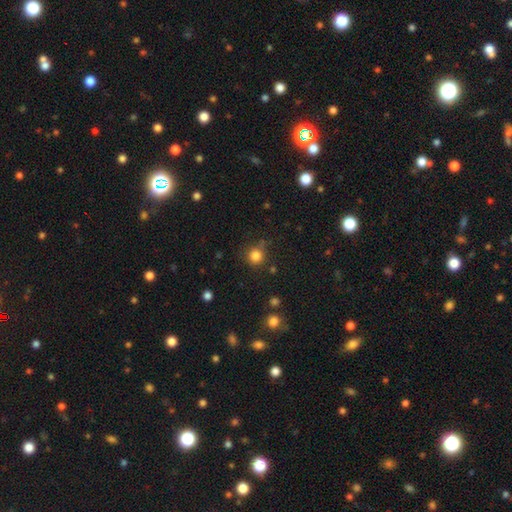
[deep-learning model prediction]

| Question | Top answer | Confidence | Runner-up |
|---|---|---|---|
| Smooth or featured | smooth | 82% | star or artifact (14%) |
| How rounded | round | 93% | in between (6%) |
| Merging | none | 78% | minor disturbance (13%) |